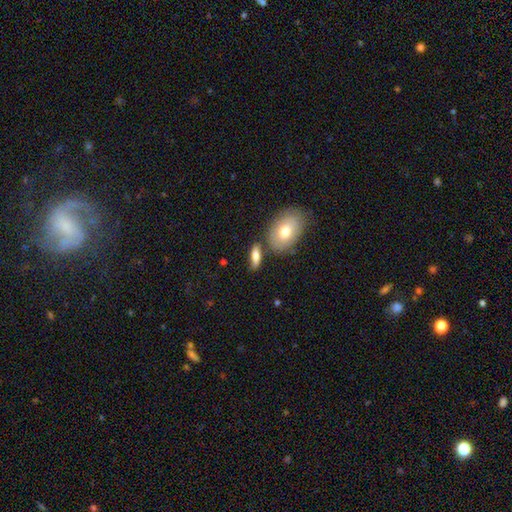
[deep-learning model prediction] The model was most divided on "how rounded": in between: 69%, cigar-shaped: 25%, round: 6%. More confident: smooth or featured — smooth (72%); merging — none (68%).